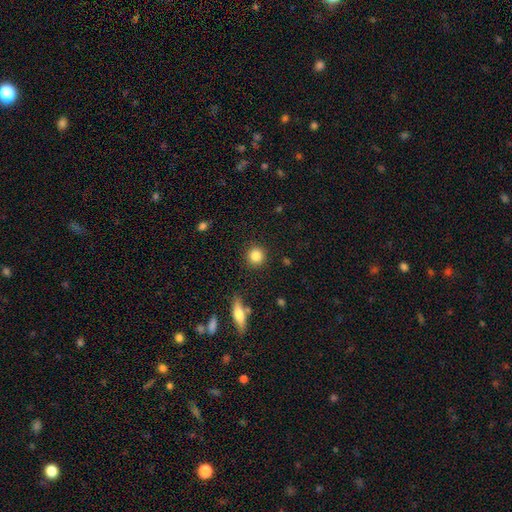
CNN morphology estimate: smooth-or-featured: smooth: 84% | star or artifact: 10% | featured or disk: 7%
  how-rounded: round: 92% | in between: 7% | cigar-shaped: 1%
  merging: none: 90% | minor disturbance: 6% | major disturbance: 2% | merger: 2%